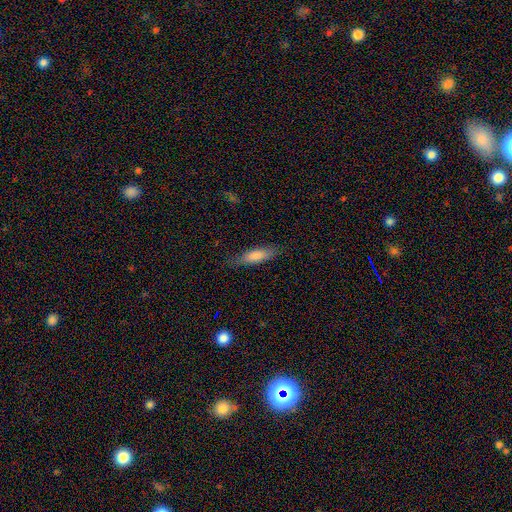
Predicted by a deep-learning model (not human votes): A smooth galaxy with no disk features (79%) that is cigar-shaped (55%). Merging: none (79%).